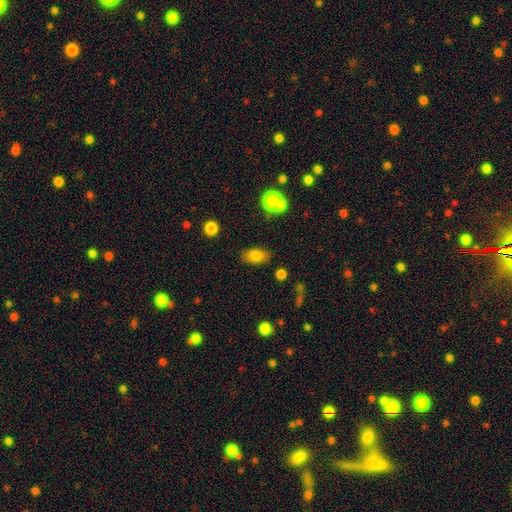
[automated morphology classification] A smooth galaxy with no disk features (80%) that is in between round and cigar-shaped (88%).

Vote fractions:
- Smooth or featured? smooth: 80% / featured or disk: 11% / star or artifact: 10%
- How rounded? in between: 88% / round: 9% / cigar-shaped: 4%
- Merging? none: 80% / minor disturbance: 12% / merger: 4% / major disturbance: 4%